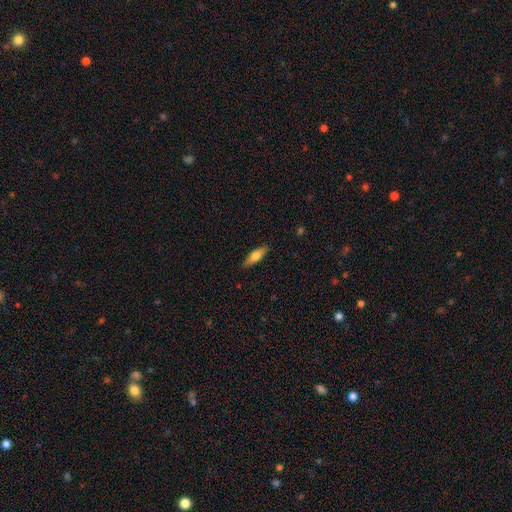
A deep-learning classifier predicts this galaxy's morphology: smooth 64%, featured or disk 30%, star or artifact 6%. Down the decision tree: how rounded — cigar-shaped (51%); merging — none (87%).